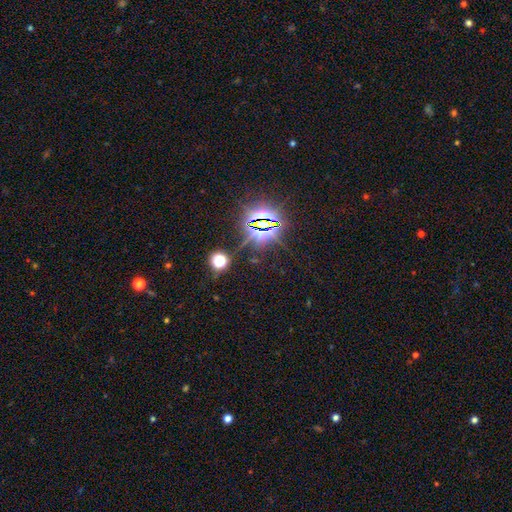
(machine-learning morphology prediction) This is clearly a star or artifact rather than a galaxy (83%).